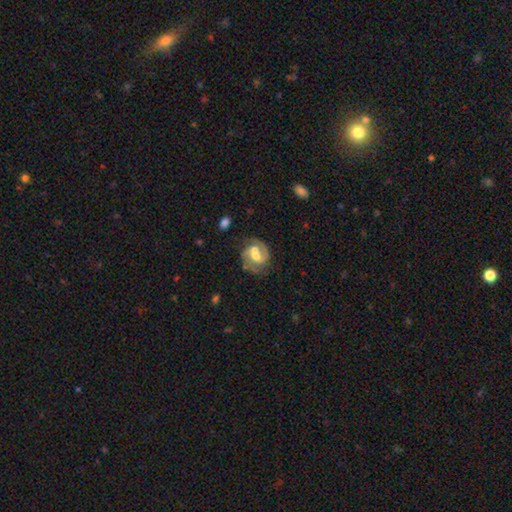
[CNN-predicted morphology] Q: Smooth or featured?
A: featured or disk (83%); runner-up: smooth (12%)
Q: Edge-on disk?
A: no (98%); runner-up: yes (2%)
Q: Bar?
A: weak (48%); runner-up: no (29%)
Q: Spiral arms?
A: yes (94%); runner-up: no (6%)
Q: Spiral winding?
A: medium (54%); runner-up: tight (30%)
Q: Spiral arm count?
A: 2 (87%); runner-up: can't tell (5%)
Q: Bulge size?
A: moderate (60%); runner-up: small (25%)
Q: Merging?
A: none (66%); runner-up: minor disturbance (17%)